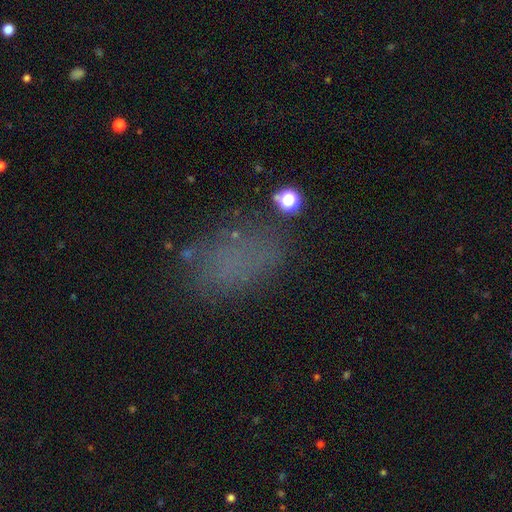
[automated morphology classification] A smooth galaxy with no disk features (58%) that is in between round and cigar-shaped (82%).

Vote fractions:
- Smooth or featured? smooth: 58% / star or artifact: 25% / featured or disk: 17%
- How rounded? in between: 82% / round: 15% / cigar-shaped: 3%
- Merging? none: 66% / minor disturbance: 18% / major disturbance: 12% / merger: 4%